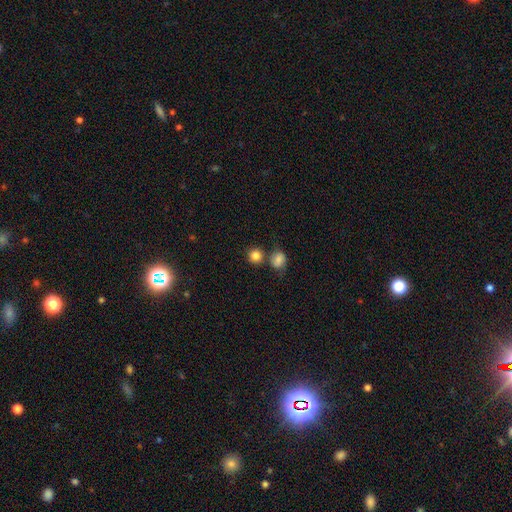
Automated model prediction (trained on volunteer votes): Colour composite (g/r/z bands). It shows a smooth galaxy with no disk features (84%) that is round (89%). Merging: none (67%).